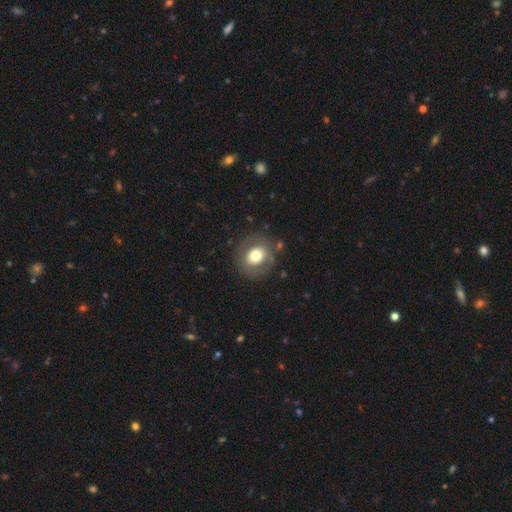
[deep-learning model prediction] Q: Smooth or featured?
A: smooth (62%); runner-up: featured or disk (29%)
Q: How rounded?
A: round (79%); runner-up: in between (20%)
Q: Merging?
A: none (81%); runner-up: minor disturbance (12%)